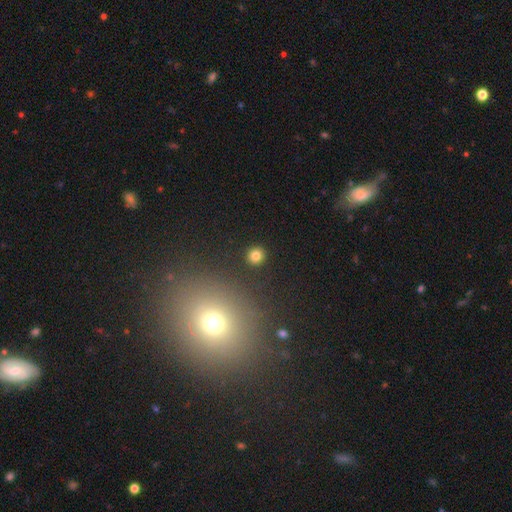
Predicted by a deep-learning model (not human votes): A smooth galaxy with no disk features (82%) that is round (92%).

Vote fractions:
- Smooth or featured? smooth: 82% / star or artifact: 13% / featured or disk: 5%
- How rounded? round: 92% / in between: 7% / cigar-shaped: 1%
- Merging? none: 91% / minor disturbance: 5% / merger: 2% / major disturbance: 2%